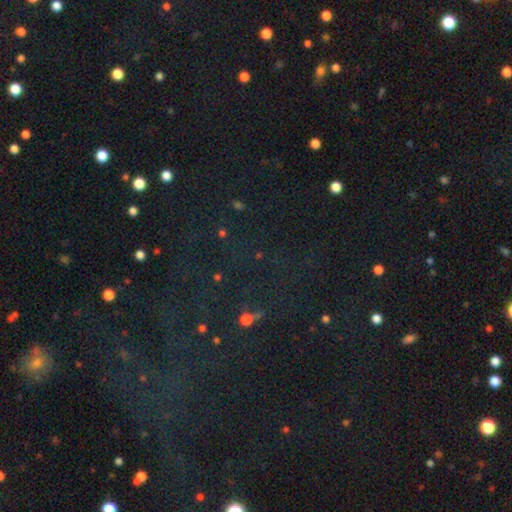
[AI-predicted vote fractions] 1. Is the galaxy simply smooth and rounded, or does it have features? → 76% star or artifact, 16% smooth, 8% featured or disk.